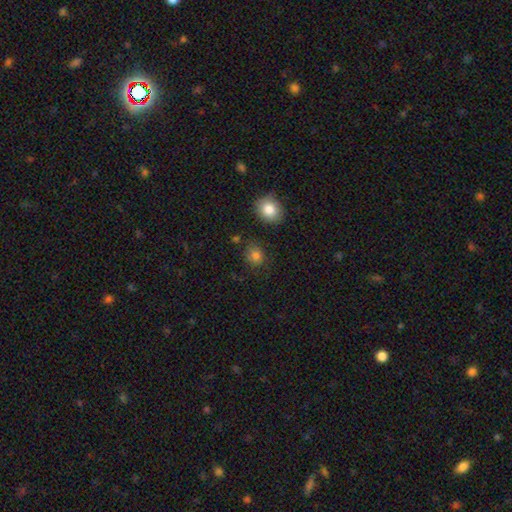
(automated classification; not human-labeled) Smooth or featured?
  - smooth: 82% *
  - star or artifact: 12%
  - featured or disk: 6%
How rounded?
  - round: 71% *
  - in between: 28%
  - cigar-shaped: 1%
Merging?
  - none: 75% *
  - minor disturbance: 17%
  - major disturbance: 5%
  - merger: 4%